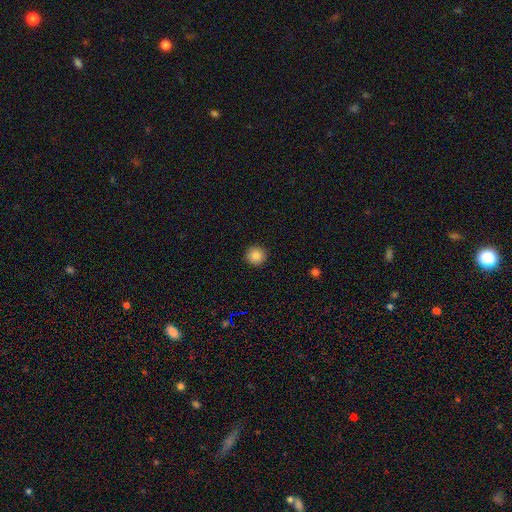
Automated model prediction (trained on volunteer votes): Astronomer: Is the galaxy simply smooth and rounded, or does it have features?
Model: smooth — 87%.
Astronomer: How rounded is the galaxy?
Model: round — 95%.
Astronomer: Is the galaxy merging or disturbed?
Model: none — 92%.